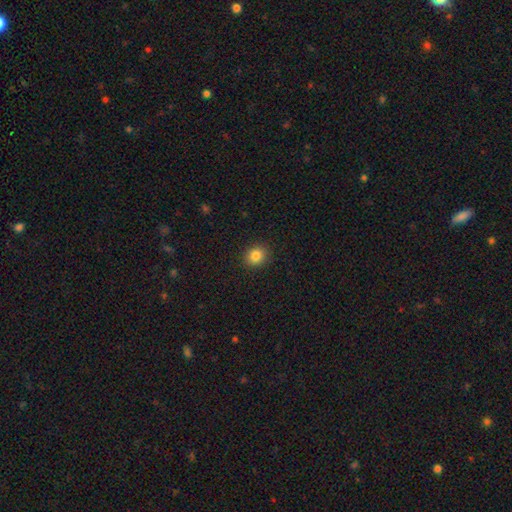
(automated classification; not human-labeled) Overall: smooth (84%). How rounded: round (77%). Merging: none (91%).